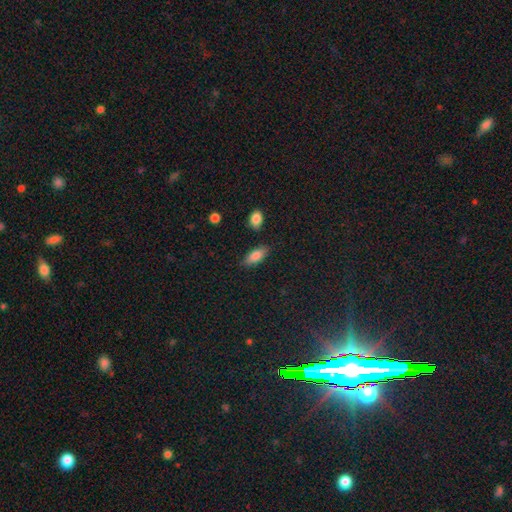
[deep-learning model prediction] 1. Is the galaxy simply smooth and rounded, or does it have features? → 83% smooth, 9% featured or disk, 7% star or artifact.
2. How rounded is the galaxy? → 82% in between, 15% cigar-shaped, 3% round.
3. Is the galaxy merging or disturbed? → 79% none, 14% minor disturbance, 3% major disturbance, 3% merger.